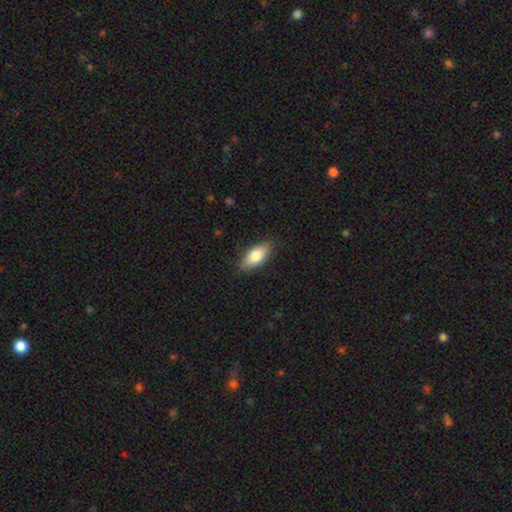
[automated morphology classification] smooth 78%, featured or disk 15%, star or artifact 6%. Down the decision tree: how rounded — in between (87%); merging — none (84%).